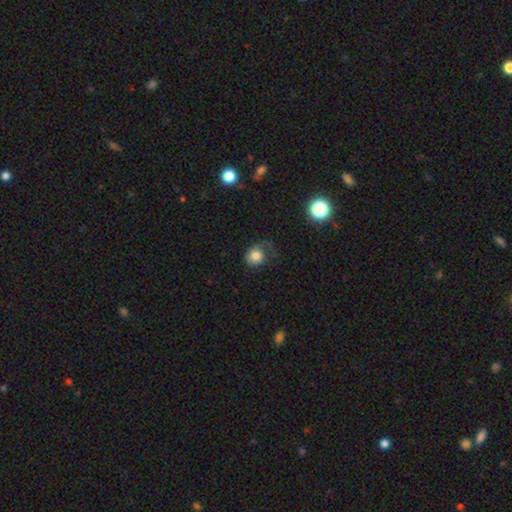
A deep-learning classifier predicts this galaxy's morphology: This is likely a smooth galaxy (78%). How rounded: likely round (71%). Merging: marginally none (37%).